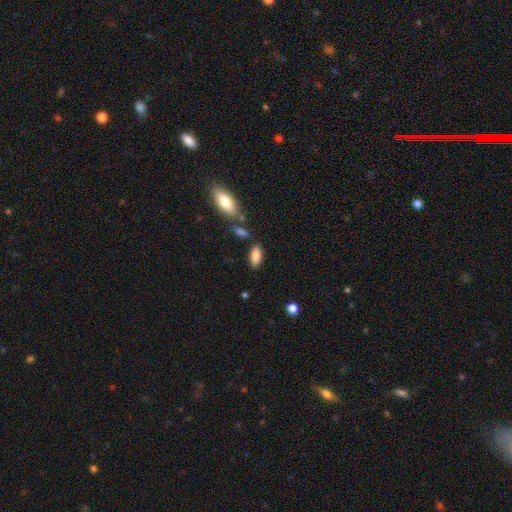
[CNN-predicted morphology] The model was most divided on "merging": none: 79%, minor disturbance: 12%, merger: 6%, major disturbance: 3%. More confident: how rounded — in between (87%); smooth or featured — smooth (86%).